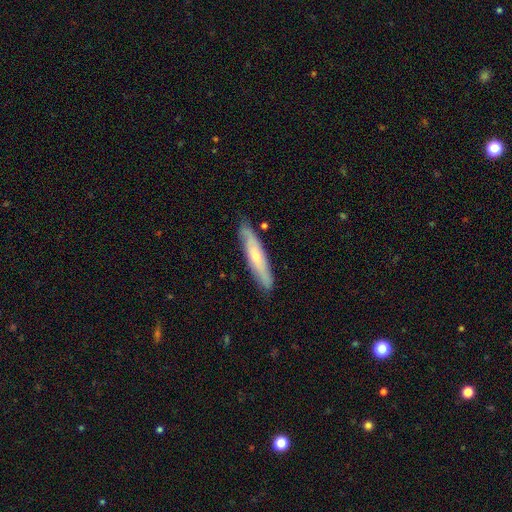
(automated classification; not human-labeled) This is possibly a featured or disk galaxy (49%). Merging: clearly none (83%).